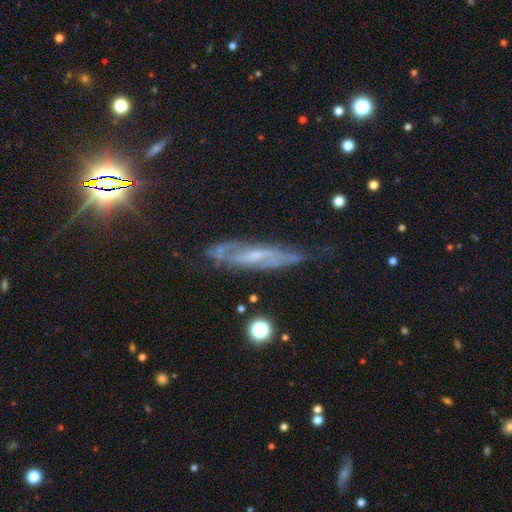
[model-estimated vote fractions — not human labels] smooth-or-featured: featured or disk: 72% | smooth: 16% | star or artifact: 12%
  disk-edge-on: no: 60% | yes: 40%
  merging: none: 66% | minor disturbance: 24% | major disturbance: 8% | merger: 3%